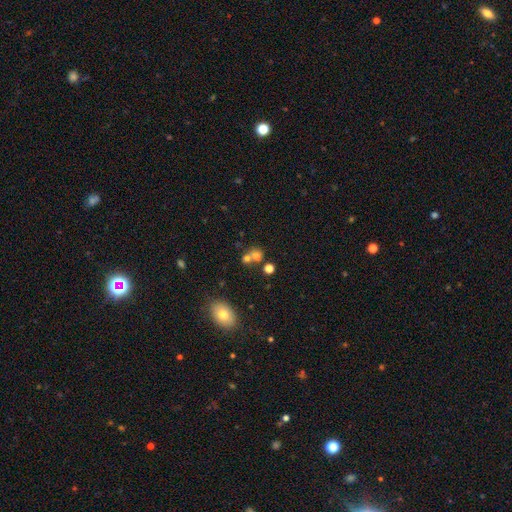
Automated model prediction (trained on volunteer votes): Smooth or featured?
  - smooth: 70% *
  - star or artifact: 16%
  - featured or disk: 14%
How rounded?
  - round: 73% *
  - in between: 26%
  - cigar-shaped: 1%
Merging?
  - merger: 46% *
  - none: 42%
  - minor disturbance: 8%
  - major disturbance: 4%